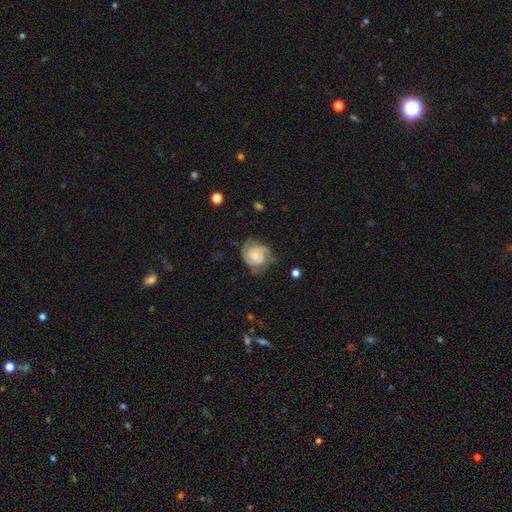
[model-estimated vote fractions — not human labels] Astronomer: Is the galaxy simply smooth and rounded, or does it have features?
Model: featured or disk — 71%.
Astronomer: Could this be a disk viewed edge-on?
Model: no — 98%.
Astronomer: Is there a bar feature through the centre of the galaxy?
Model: no — 73%.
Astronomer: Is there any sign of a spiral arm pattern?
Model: yes — 91%.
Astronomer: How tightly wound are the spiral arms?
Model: tight — 53% (runner-up: medium, 36%).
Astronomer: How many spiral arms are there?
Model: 2 — 44% (runner-up: can't tell, 24%).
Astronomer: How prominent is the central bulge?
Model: small — 51% (runner-up: moderate, 36%).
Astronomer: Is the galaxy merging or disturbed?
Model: none — 56%.